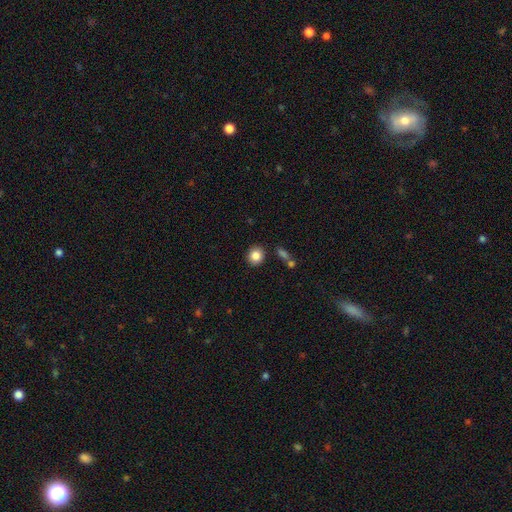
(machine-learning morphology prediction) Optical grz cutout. It shows a smooth galaxy with no disk features (85%) that is round (85%). Merging: none (88%).